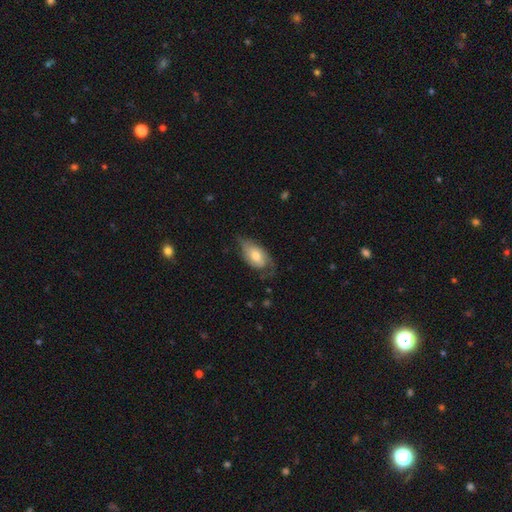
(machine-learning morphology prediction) A smooth galaxy with no disk features (55%) that is in between round and cigar-shaped (90%).

Vote fractions:
- Smooth or featured? smooth: 55% / featured or disk: 38% / star or artifact: 6%
- How rounded? in between: 90% / round: 6% / cigar-shaped: 4%
- Merging? none: 46% / minor disturbance: 35% / major disturbance: 17% / merger: 2%